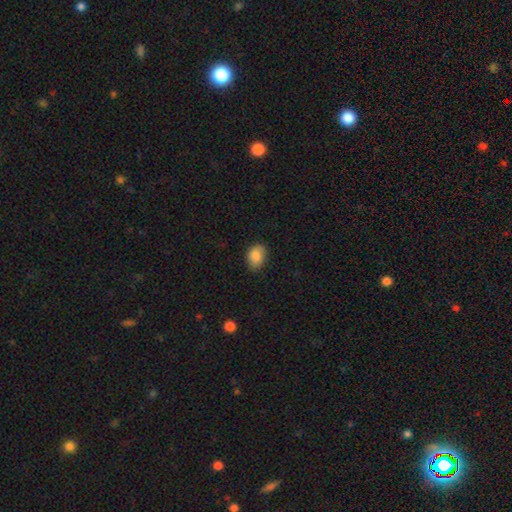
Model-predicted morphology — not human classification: A smooth galaxy with no disk features (86%) that is in between round and cigar-shaped (73%).

Vote fractions:
- Smooth or featured? smooth: 86% / star or artifact: 8% / featured or disk: 7%
- How rounded? in between: 73% / round: 26% / cigar-shaped: 1%
- Merging? none: 78% / minor disturbance: 18% / major disturbance: 3% / merger: 1%